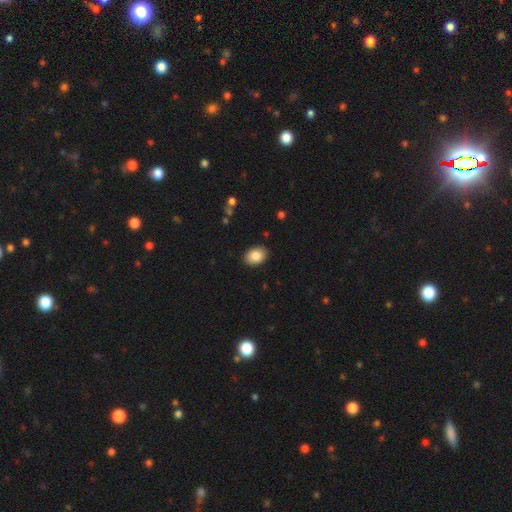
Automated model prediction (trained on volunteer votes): Q: Smooth or featured?
A: smooth (86%); runner-up: star or artifact (8%)
Q: How rounded?
A: in between (77%); runner-up: round (22%)
Q: Merging?
A: none (89%); runner-up: minor disturbance (8%)